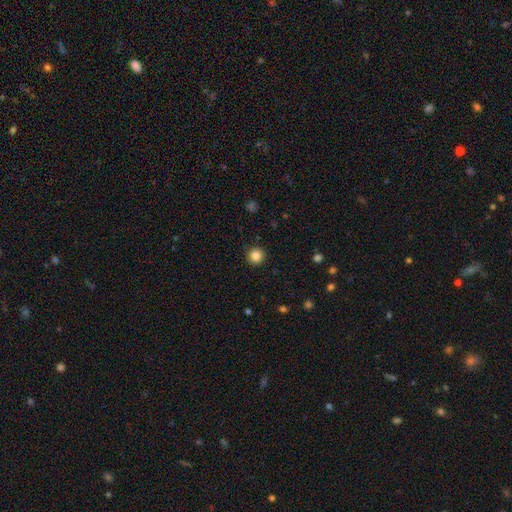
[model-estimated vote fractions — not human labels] Morphology: type=smooth (84%); roundness=round (95%); merging=none (92%).